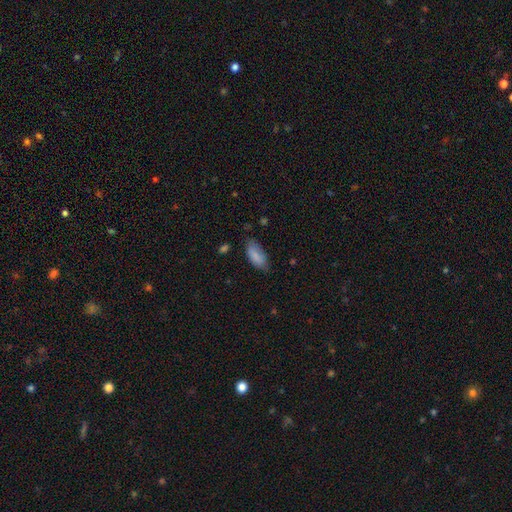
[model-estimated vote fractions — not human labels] smooth 85%, featured or disk 8%, star or artifact 7%. Down the decision tree: how rounded — in between (87%); merging — none (68%).